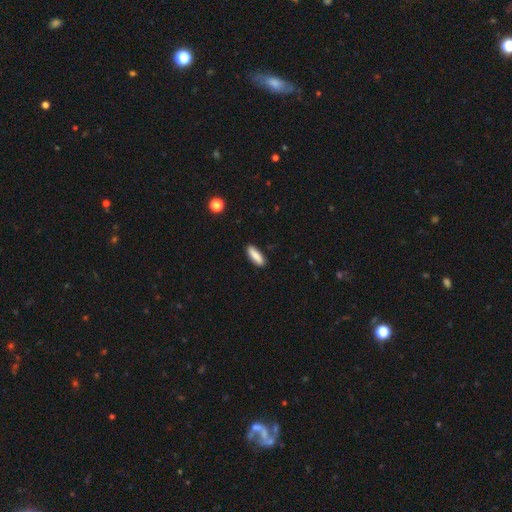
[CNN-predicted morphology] smooth-or-featured: smooth: 85% | featured or disk: 8% | star or artifact: 6%
  how-rounded: in between: 50% | cigar-shaped: 48% | round: 2%
  merging: none: 88% | minor disturbance: 9% | major disturbance: 2% | merger: 1%